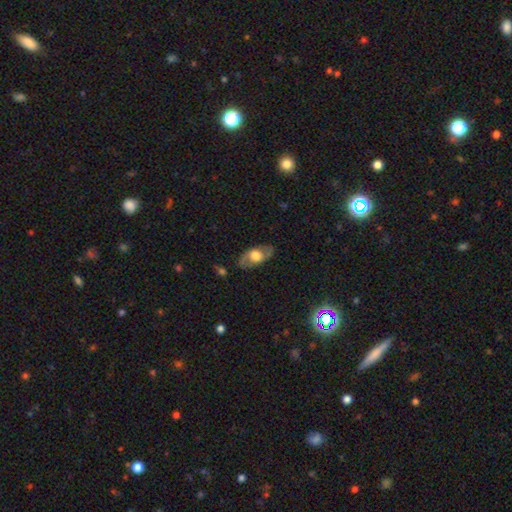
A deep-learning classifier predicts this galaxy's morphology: Overall: featured or disk (52%; smooth 41%). Edge-on disk: no (79%). Merging: none (79%).